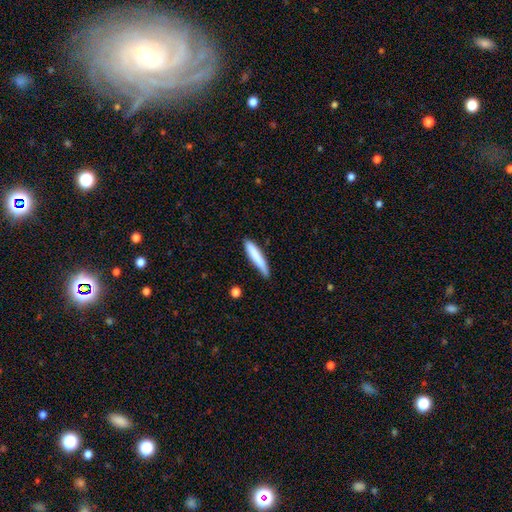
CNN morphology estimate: Smooth or featured: smooth — 79% (featured or disk — 15%)
How rounded: cigar-shaped — 90% (in between — 9%)
Merging: none — 76% (minor disturbance — 18%)